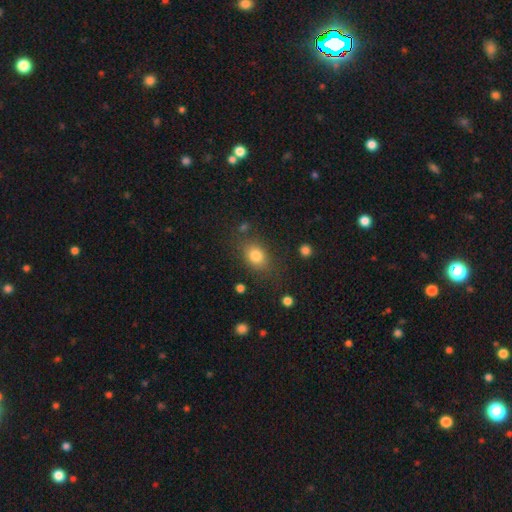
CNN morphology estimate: A smooth galaxy with no disk features (80%) that is in between round and cigar-shaped (61%). Merging: none (76%).